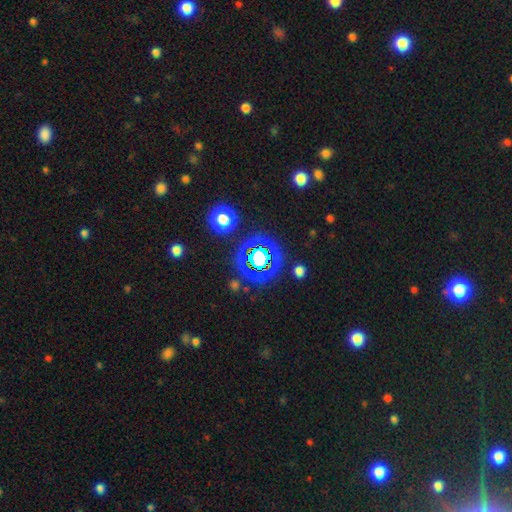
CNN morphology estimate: Q: Smooth or featured?
A: star or artifact (79%); runner-up: smooth (14%)